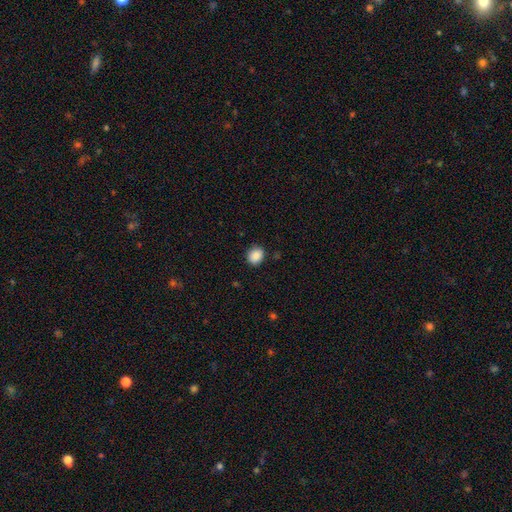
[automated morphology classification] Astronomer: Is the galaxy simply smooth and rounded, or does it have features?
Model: smooth — 88%.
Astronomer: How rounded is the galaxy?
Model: round — 65%.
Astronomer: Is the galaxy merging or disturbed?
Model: none — 87%.